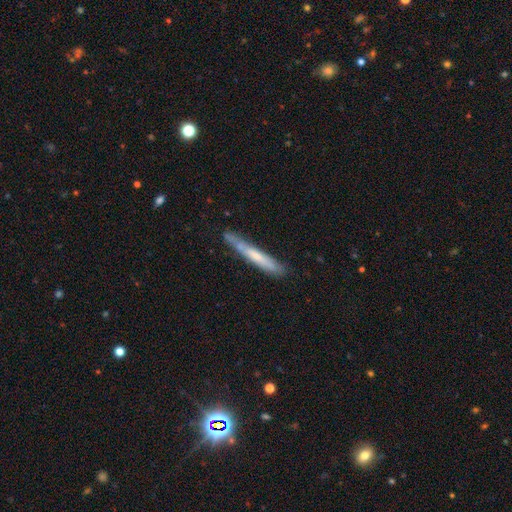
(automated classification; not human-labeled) Smooth or featured?
  - smooth: 54% *
  - featured or disk: 40%
  - star or artifact: 6%
How rounded?
  - cigar-shaped: 96% *
  - in between: 3%
  - round: 1%
Merging?
  - none: 74% *
  - minor disturbance: 19%
  - major disturbance: 4%
  - merger: 3%